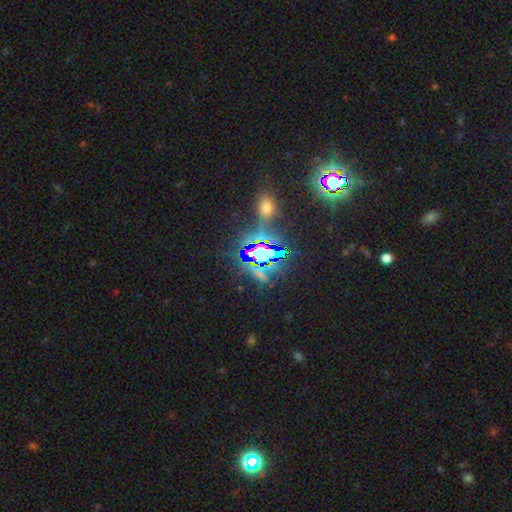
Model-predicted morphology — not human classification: Smooth or featured?
  - star or artifact: 77% *
  - smooth: 13%
  - featured or disk: 10%